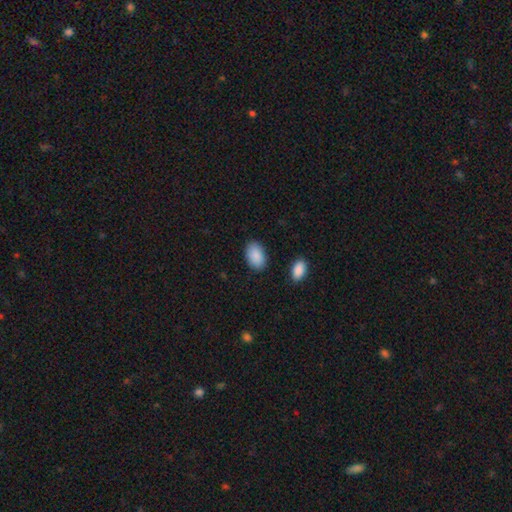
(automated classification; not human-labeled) Q: Smooth or featured?
A: smooth (90%); runner-up: star or artifact (6%)
Q: How rounded?
A: in between (92%); runner-up: round (7%)
Q: Merging?
A: none (85%); runner-up: minor disturbance (10%)